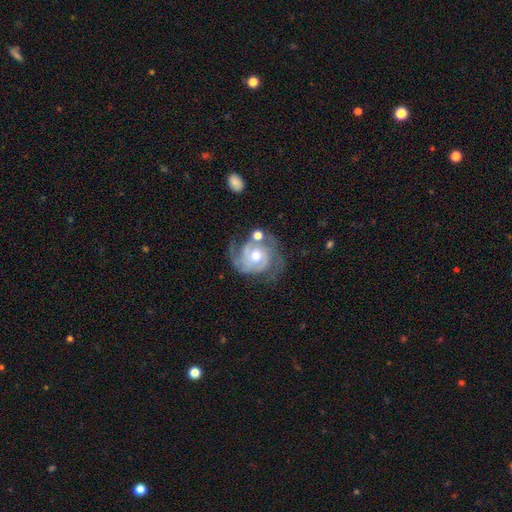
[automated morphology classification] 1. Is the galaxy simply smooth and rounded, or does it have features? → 87% featured or disk, 8% smooth, 5% star or artifact.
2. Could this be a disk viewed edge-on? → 98% no, 2% yes.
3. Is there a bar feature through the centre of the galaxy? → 69% no, 26% weak, 6% strong.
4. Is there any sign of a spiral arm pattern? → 96% yes, 4% no.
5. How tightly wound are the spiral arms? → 53% tight, 38% medium, 10% loose.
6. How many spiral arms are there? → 39% 2, 32% 3, 15% can't tell, 5% 4, 5% 1, 4% more than 4.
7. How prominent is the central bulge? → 66% moderate, 29% small, 3% large, 1% none, 1% dominant.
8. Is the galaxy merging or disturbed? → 57% none, 20% minor disturbance, 14% major disturbance, 9% merger.